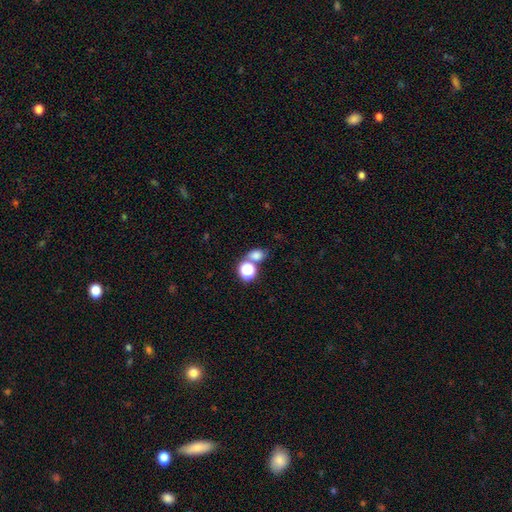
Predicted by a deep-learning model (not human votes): smooth 73%, star or artifact 19%, featured or disk 8%. Down the decision tree: how rounded — in between (51%); merging — none (53%).